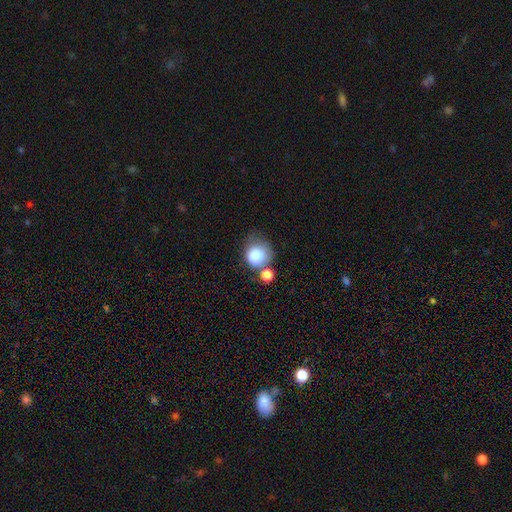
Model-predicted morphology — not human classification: smooth_or_featured: smooth (p=0.83) [alt: star or artifact p=0.09]
how_rounded: round (p=0.82) [alt: in between p=0.17]
merging: none (p=0.44) [alt: merger p=0.23]